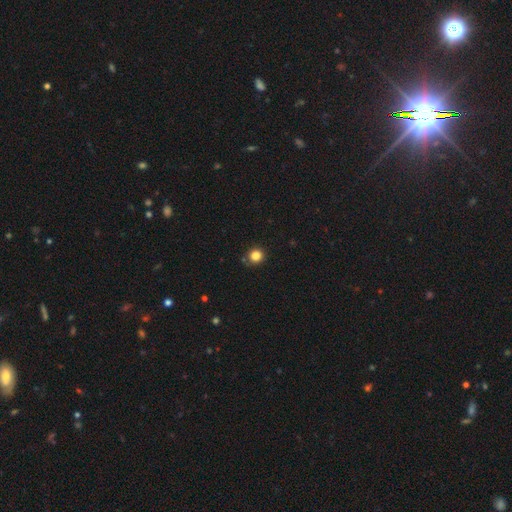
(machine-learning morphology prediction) type=smooth (83%); roundness=round (90%); merging=none (82%).